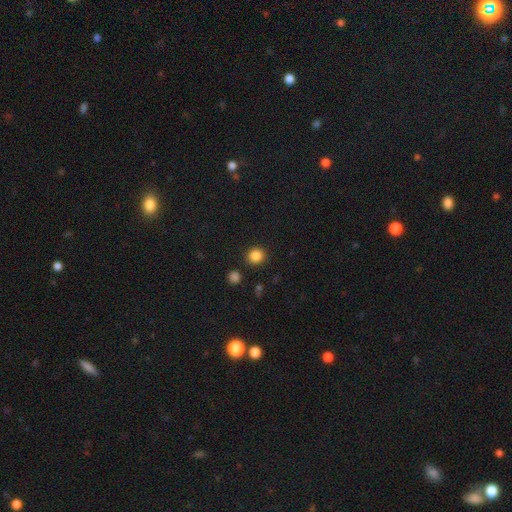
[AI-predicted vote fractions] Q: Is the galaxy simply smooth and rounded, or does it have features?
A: smooth — 85%.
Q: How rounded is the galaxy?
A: round — 89%.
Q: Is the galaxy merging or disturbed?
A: none — 89%.